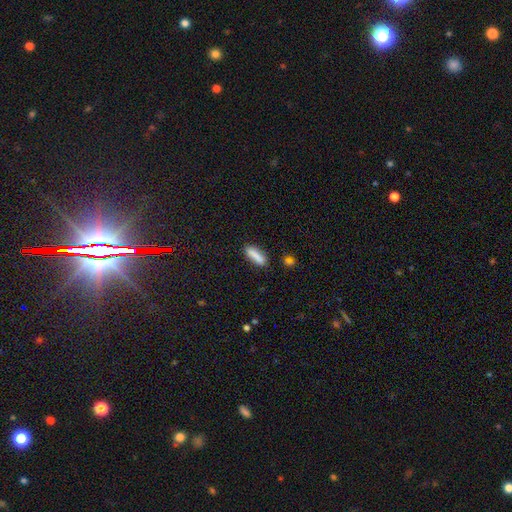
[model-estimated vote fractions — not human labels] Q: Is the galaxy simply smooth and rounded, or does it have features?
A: smooth — 84%.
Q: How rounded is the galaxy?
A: cigar-shaped — 64%.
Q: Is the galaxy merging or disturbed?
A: none — 83%.